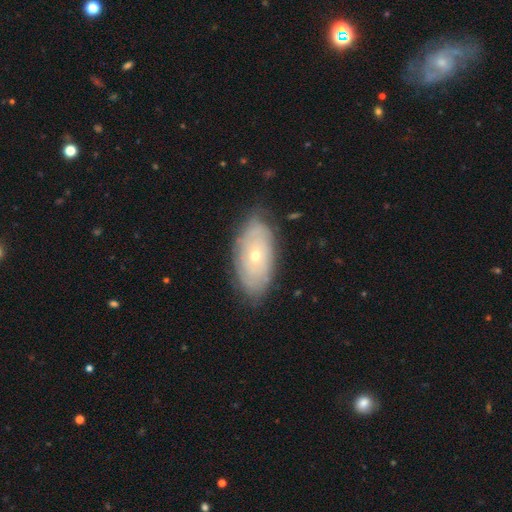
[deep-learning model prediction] Overall: featured or disk (61%; smooth 32%). Edge-on disk: no (90%). Bar: no (88%). Spiral arms: yes (62%; no 38%). Bulge size: small (65%; moderate 32%). Merging: none (78%).